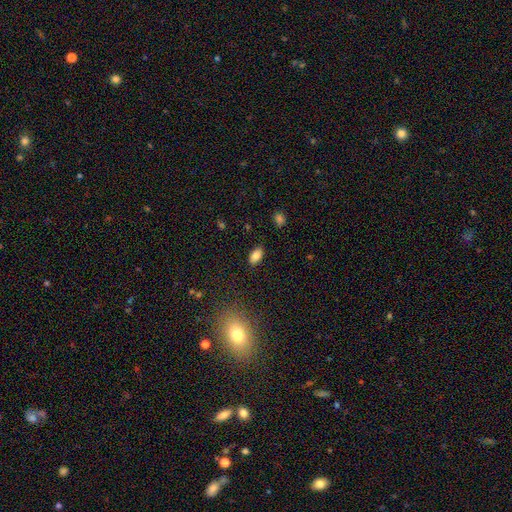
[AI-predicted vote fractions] Smooth or featured? Predicted: smooth (p=0.83). How rounded? Predicted: in between (p=0.91). Merging? Predicted: none (p=0.87).